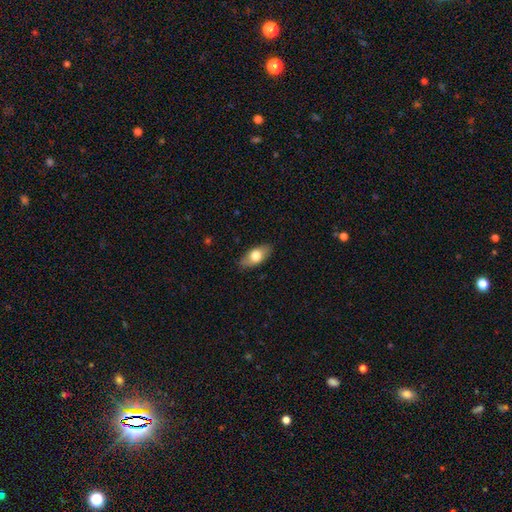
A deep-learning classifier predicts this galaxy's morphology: Smooth or featured: smooth — 70% (featured or disk — 24%)
How rounded: in between — 88% (cigar-shaped — 8%)
Merging: none — 85% (minor disturbance — 11%)